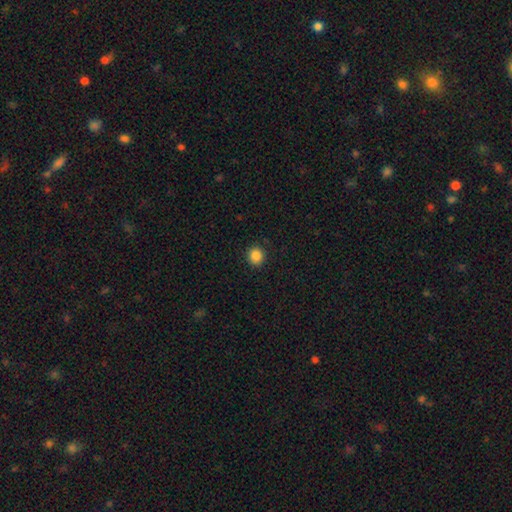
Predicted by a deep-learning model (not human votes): Q: Smooth or featured?
A: smooth (86%); runner-up: star or artifact (11%)
Q: How rounded?
A: round (87%); runner-up: in between (12%)
Q: Merging?
A: none (91%); runner-up: minor disturbance (6%)